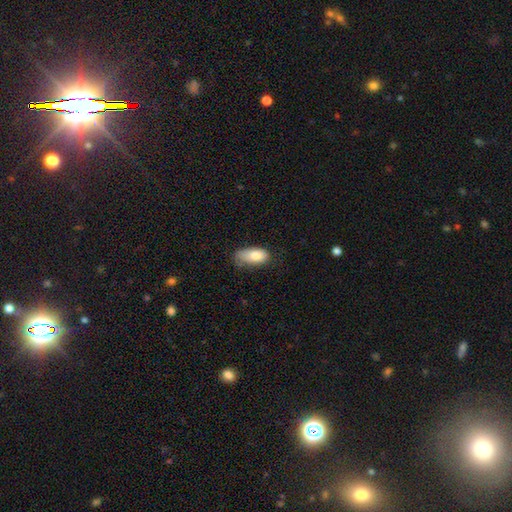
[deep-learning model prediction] smooth 79%, featured or disk 13%, star or artifact 7%. Down the decision tree: how rounded — in between (90%); merging — minor disturbance (41%, tied with none).